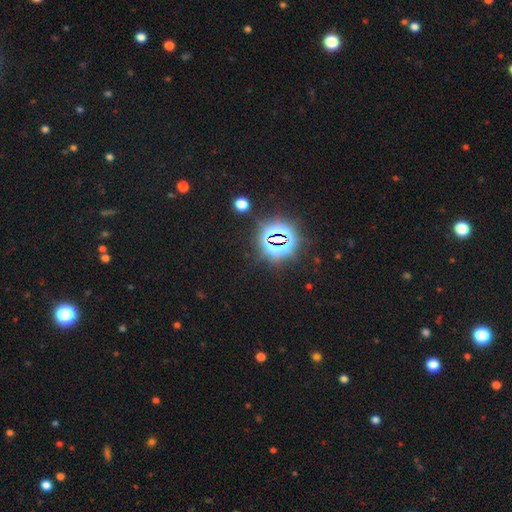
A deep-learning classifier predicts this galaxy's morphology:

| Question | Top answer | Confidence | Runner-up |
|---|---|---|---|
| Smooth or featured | star or artifact | 84% | smooth (10%) |